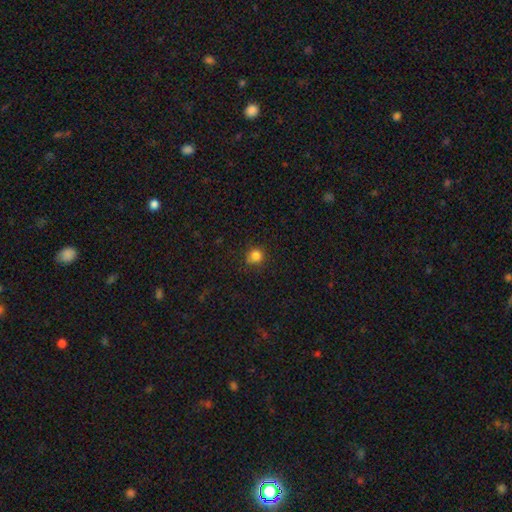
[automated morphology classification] type=smooth (82%); roundness=round (88%); merging=none (81%).